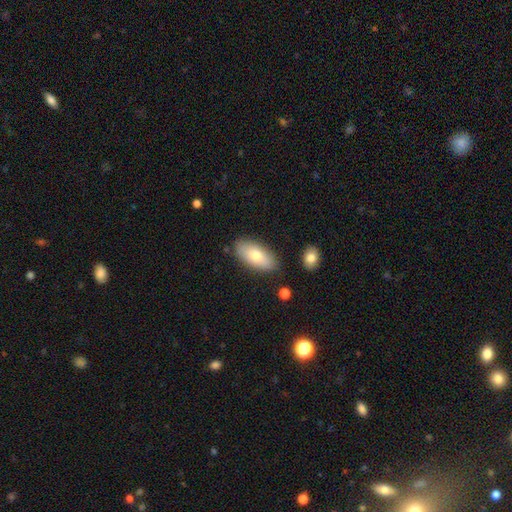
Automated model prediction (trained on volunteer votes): Smooth or featured: smooth — 75% (featured or disk — 18%)
How rounded: in between — 91% (cigar-shaped — 7%)
Merging: none — 83% (minor disturbance — 12%)